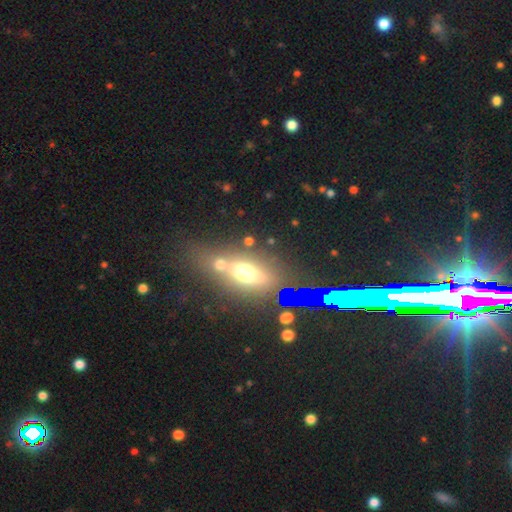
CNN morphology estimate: star or artifact 36%, featured or disk 35%, smooth 29%.